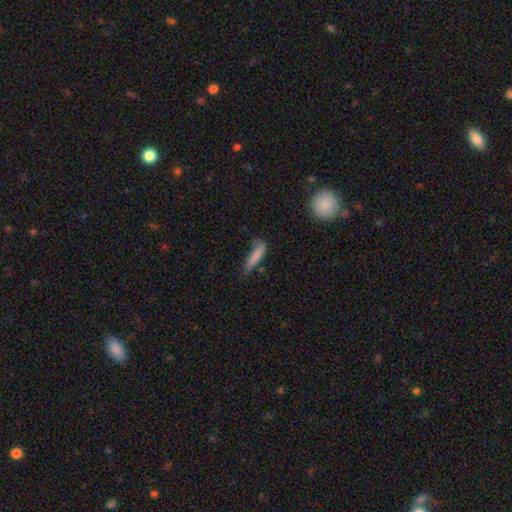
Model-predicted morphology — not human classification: smooth-or-featured: smooth: 82% | featured or disk: 11% | star or artifact: 7%
  how-rounded: cigar-shaped: 77% | in between: 21% | round: 2%
  merging: none: 54% | minor disturbance: 33% | major disturbance: 9% | merger: 4%